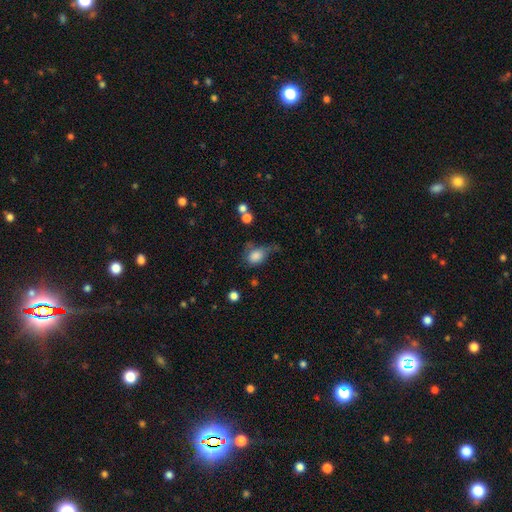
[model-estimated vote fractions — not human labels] The model was most divided on "merging": major disturbance: 35%, minor disturbance: 33%, none: 25%, merger: 7%. More confident: smooth or featured — smooth (77%); how rounded — in between (69%).